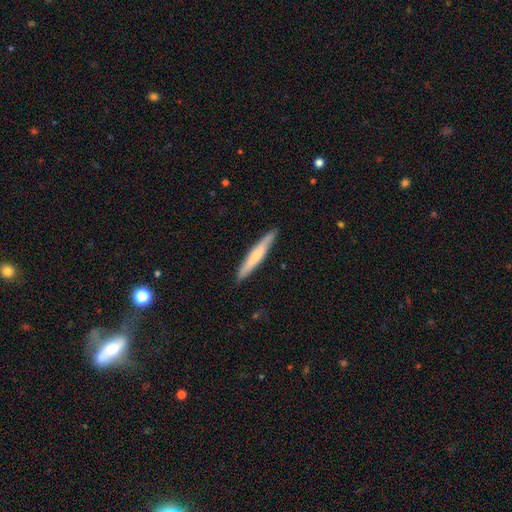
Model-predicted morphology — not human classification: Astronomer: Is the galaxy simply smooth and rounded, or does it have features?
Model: smooth — 55% (runner-up: featured or disk, 40%).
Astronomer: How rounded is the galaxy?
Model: cigar-shaped — 94%.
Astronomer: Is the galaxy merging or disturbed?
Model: none — 88%.